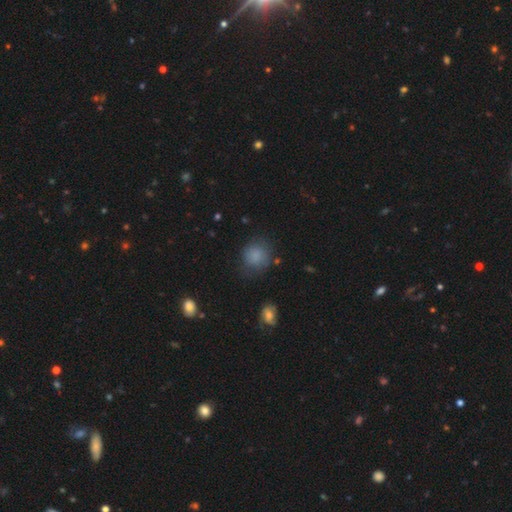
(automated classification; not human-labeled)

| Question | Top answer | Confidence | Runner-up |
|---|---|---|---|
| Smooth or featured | smooth | 82% | star or artifact (11%) |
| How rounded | round | 81% | in between (18%) |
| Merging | none | 69% | minor disturbance (20%) |